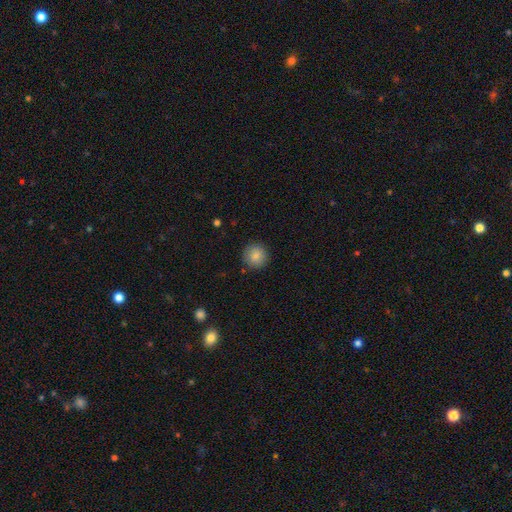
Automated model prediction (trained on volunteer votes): Q: Smooth or featured?
A: smooth (85%); runner-up: star or artifact (9%)
Q: How rounded?
A: round (94%); runner-up: in between (6%)
Q: Merging?
A: none (89%); runner-up: minor disturbance (7%)